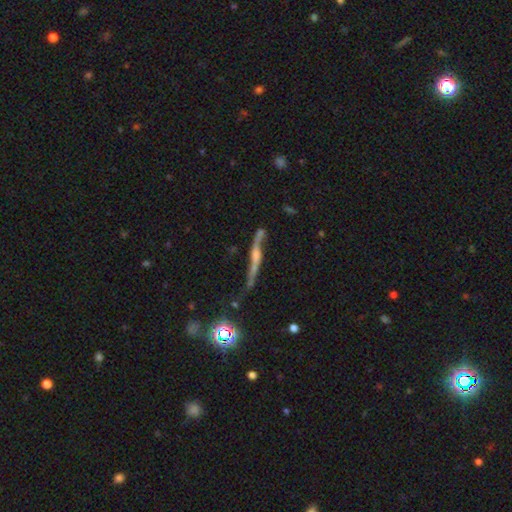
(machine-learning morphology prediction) The model was most divided on "edge-on disk": yes: 62%, no: 38%. More confident: smooth or featured — featured or disk (75%); merging — none (51%).